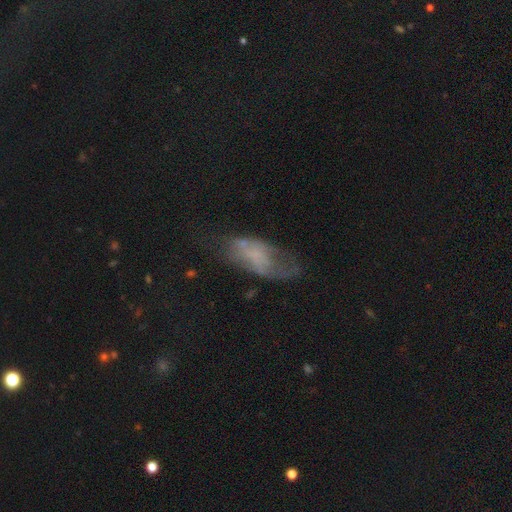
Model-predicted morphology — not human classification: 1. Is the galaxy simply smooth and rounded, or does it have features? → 45% smooth, 43% featured or disk, 12% star or artifact.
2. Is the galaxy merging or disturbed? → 37% none, 31% major disturbance, 28% minor disturbance, 5% merger.